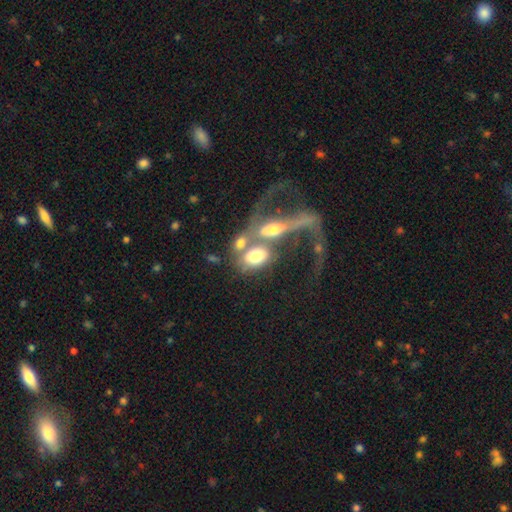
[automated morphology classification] Smooth or featured: smooth — 54% (featured or disk — 35%)
How rounded: in between — 83% (round — 13%)
Merging: merger — 65% (major disturbance — 16%)